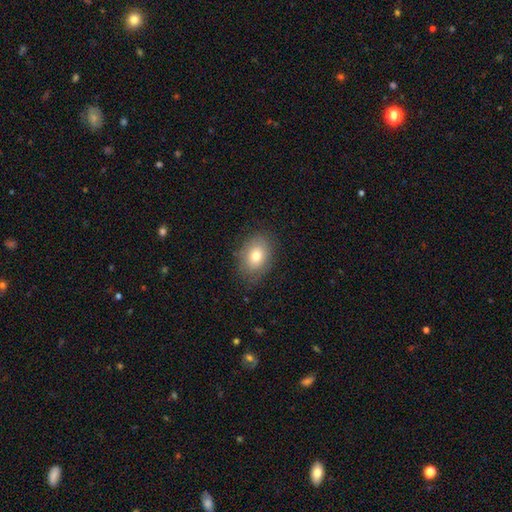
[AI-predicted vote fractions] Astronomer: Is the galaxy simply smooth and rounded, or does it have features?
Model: smooth — 75%.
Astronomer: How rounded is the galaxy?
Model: in between — 77%.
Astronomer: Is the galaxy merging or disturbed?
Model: none — 79%.